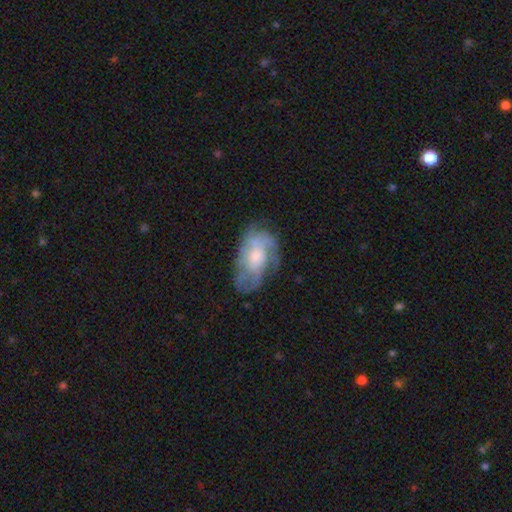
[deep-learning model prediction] Overall: featured or disk (68%). Edge-on disk: no (95%). Bar: no (75%). Spiral arms: yes (81%). Spiral arm count: can't tell (42%; 3 21%). Spiral winding: tight (42%; medium 39%). Bulge size: moderate (52%; small 27%). Merging: none (61%; minor disturbance 23%).